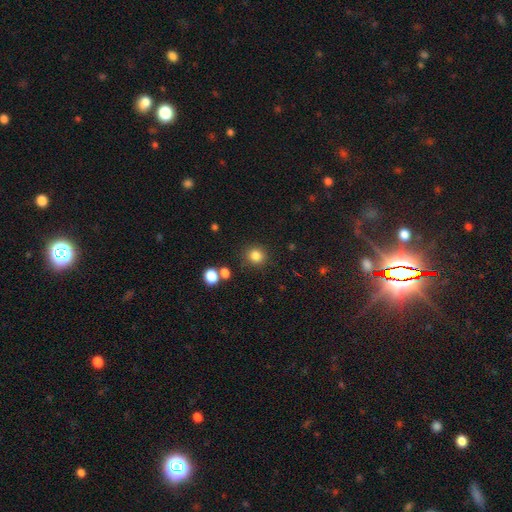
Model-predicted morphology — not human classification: Smooth or featured: smooth — 83% (star or artifact — 12%)
How rounded: round — 88% (in between — 11%)
Merging: none — 85% (minor disturbance — 8%)